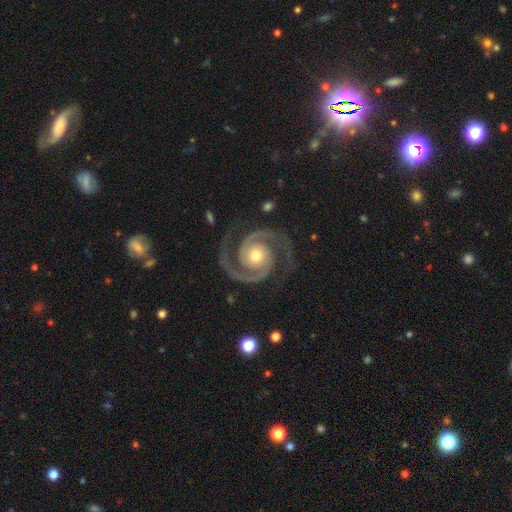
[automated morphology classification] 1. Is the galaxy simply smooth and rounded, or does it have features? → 94% featured or disk, 4% star or artifact, 2% smooth.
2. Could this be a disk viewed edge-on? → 98% no, 2% yes.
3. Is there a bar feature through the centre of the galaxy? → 75% no, 17% weak, 8% strong.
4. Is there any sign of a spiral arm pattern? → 99% yes, 1% no.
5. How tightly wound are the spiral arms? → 51% tight, 44% medium, 5% loose.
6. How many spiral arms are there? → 95% 2, 1% 3, 1% can't tell, 1% 1, 1% 4, 1% more than 4.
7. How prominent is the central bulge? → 69% moderate, 23% small, 6% large, 1% none, 1% dominant.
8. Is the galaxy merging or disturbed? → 85% none, 10% minor disturbance, 4% major disturbance, 1% merger.